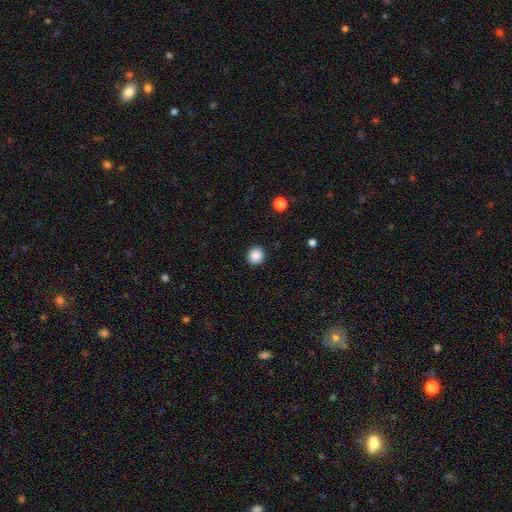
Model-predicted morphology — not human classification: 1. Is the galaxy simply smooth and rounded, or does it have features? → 88% smooth, 9% star or artifact, 3% featured or disk.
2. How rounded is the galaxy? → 90% round, 9% in between, 1% cigar-shaped.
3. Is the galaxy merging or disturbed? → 92% none, 5% minor disturbance, 2% major disturbance, 1% merger.